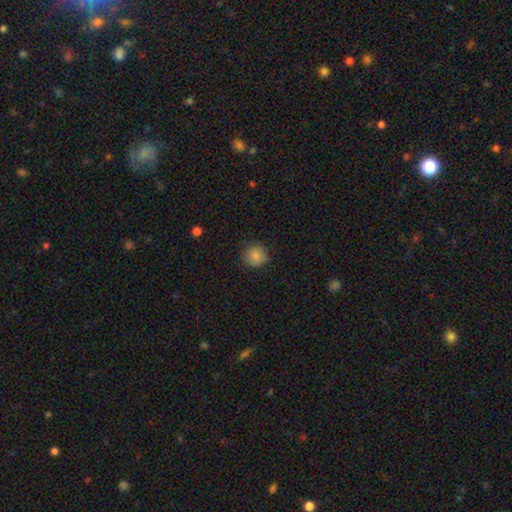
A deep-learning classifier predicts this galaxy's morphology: Smooth or featured: smooth — 86% (star or artifact — 9%)
How rounded: round — 91% (in between — 8%)
Merging: none — 84% (minor disturbance — 12%)